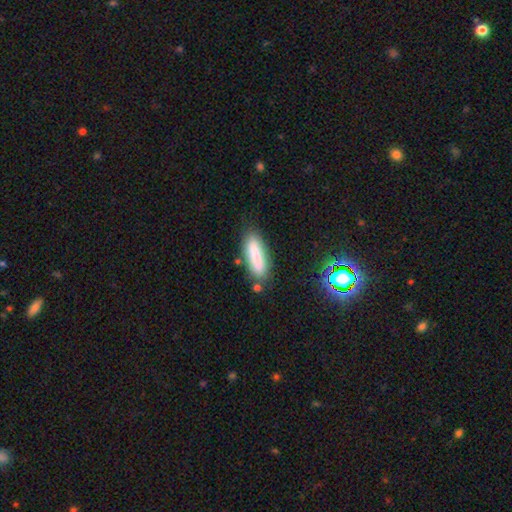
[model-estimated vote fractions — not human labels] This appears to be a smooth galaxy with no disk features (79%) that is cigar-shaped (56%). Merging: none (76%).